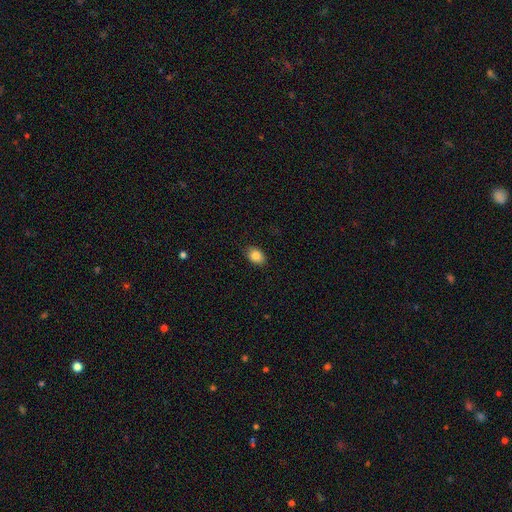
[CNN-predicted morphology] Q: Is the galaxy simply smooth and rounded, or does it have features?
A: smooth — 86%.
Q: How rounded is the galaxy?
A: in between — 78%.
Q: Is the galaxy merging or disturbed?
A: none — 85%.